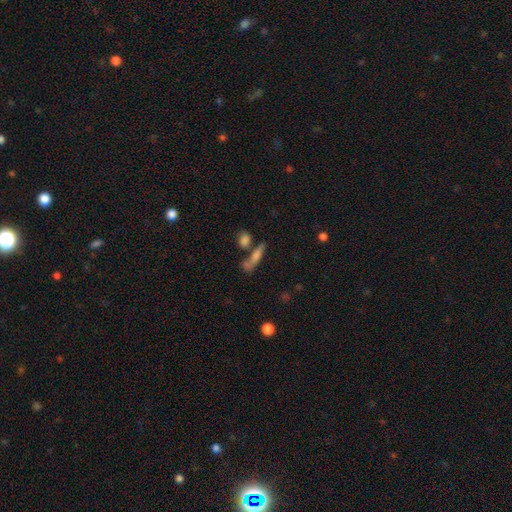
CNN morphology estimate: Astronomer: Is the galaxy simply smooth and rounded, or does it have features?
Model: smooth — 60%.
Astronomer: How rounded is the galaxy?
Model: cigar-shaped — 68%.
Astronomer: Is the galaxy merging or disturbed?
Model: none — 53%.